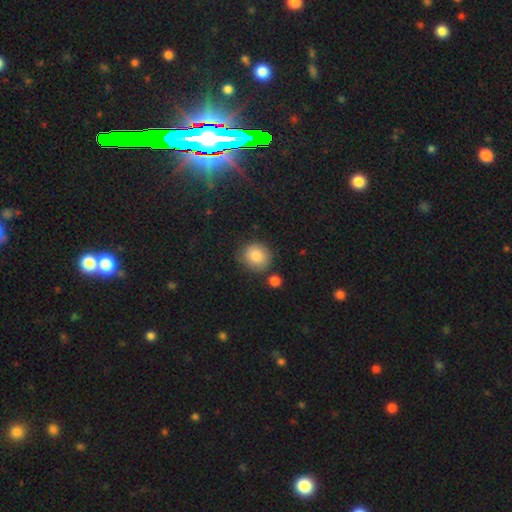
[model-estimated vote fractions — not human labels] The model was most divided on "merging": none: 74%, minor disturbance: 15%, merger: 7%, major disturbance: 4%. More confident: how rounded — round (86%); smooth or featured — smooth (84%).